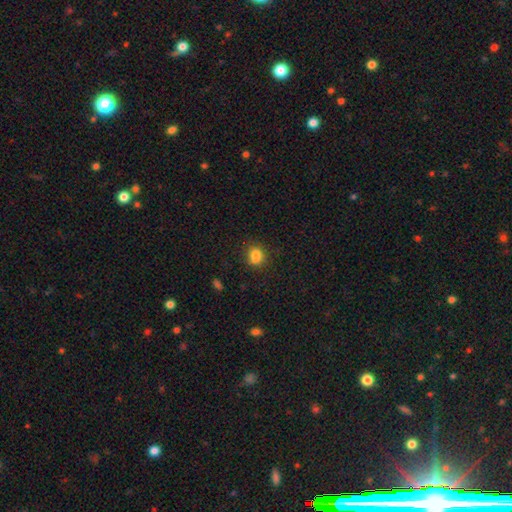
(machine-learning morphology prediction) The model was most divided on "how rounded": round: 56%, in between: 43%, cigar-shaped: 1%. More confident: smooth or featured — smooth (83%); merging — none (75%).